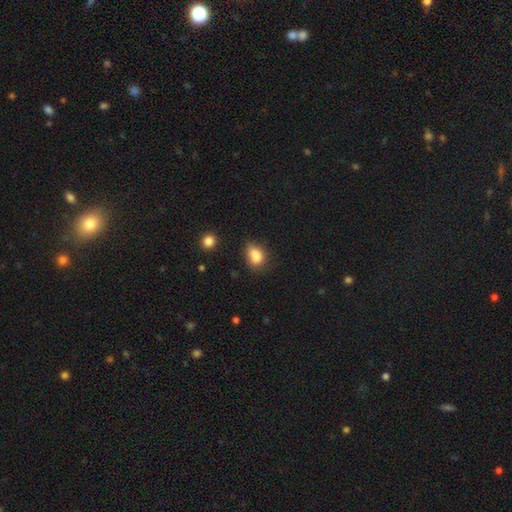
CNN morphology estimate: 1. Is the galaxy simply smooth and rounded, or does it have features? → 83% smooth, 10% star or artifact, 7% featured or disk.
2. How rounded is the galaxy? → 69% in between, 29% round, 2% cigar-shaped.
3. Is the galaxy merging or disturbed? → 55% none, 28% minor disturbance, 9% merger, 8% major disturbance.